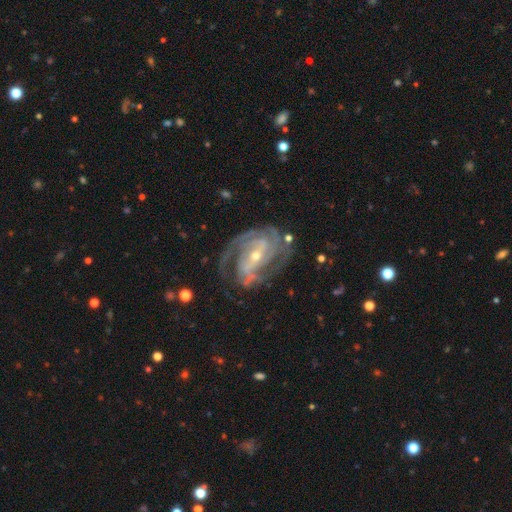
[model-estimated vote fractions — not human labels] A featured or disk galaxy (92%) with a strong bar (42%), 2 (33%) tight (54%) spiral arms (98%) and a small central bulge (62%).

Vote fractions:
- Smooth or featured? featured or disk: 92% / star or artifact: 5% / smooth: 4%
- Edge-on disk? no: 97% / yes: 3%
- Bar? strong: 42% / weak: 37% / no: 21%
- Spiral arms? yes: 98% / no: 2%
- Spiral winding? tight: 54% / medium: 39% / loose: 7%
- Spiral arm count? 2: 33% / 3: 29% / can't tell: 14% / 4: 13% / more than 4: 5% / 1: 5%
- Bulge size? small: 62% / moderate: 34% / large: 1% / none: 1% / dominant: 1%
- Merging? none: 69% / minor disturbance: 18% / major disturbance: 11% / merger: 2%